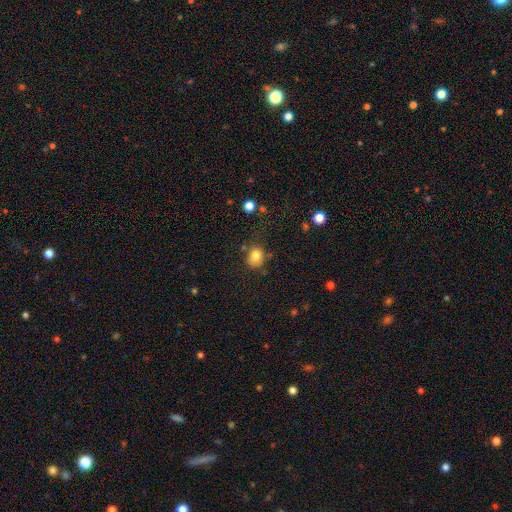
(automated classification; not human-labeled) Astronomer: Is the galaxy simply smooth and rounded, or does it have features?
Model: smooth — 81%.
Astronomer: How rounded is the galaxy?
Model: round — 57% (runner-up: in between, 42%).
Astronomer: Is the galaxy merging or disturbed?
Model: none — 67%.